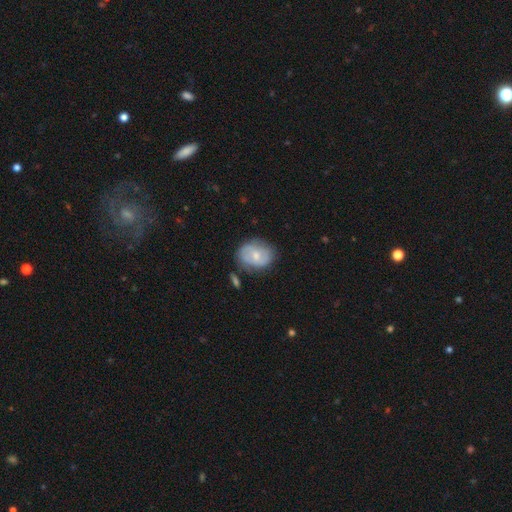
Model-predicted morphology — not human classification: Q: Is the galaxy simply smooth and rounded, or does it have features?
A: featured or disk — 47%.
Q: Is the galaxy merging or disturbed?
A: none — 68%.